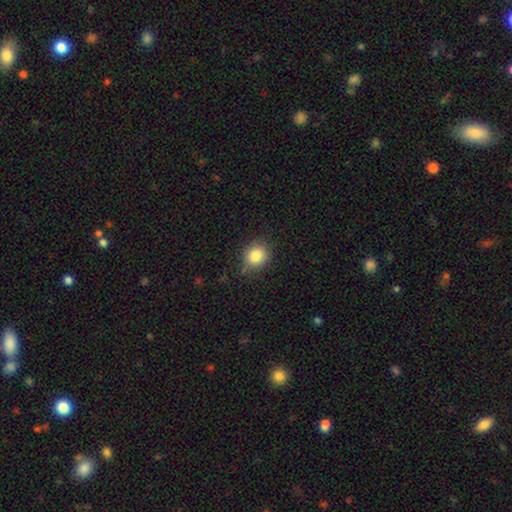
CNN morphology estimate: Overall: smooth (85%). How rounded: round (70%). Merging: none (84%).